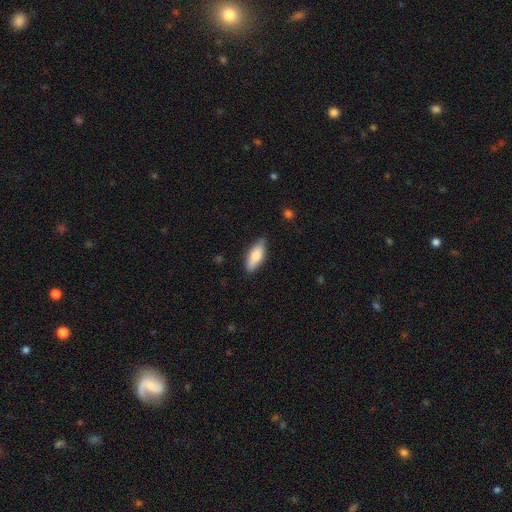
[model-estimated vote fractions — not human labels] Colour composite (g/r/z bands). It shows a smooth galaxy with no disk features (72%) that is in between round and cigar-shaped (73%). Merging: none (83%).